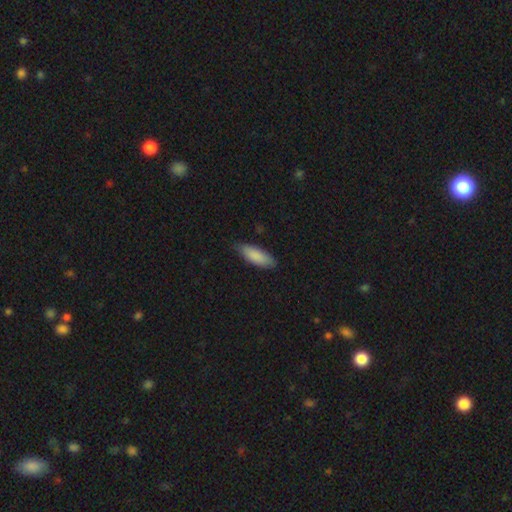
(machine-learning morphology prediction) A smooth galaxy with no disk features (87%) that is in between round and cigar-shaped (68%). Merging: none (80%).